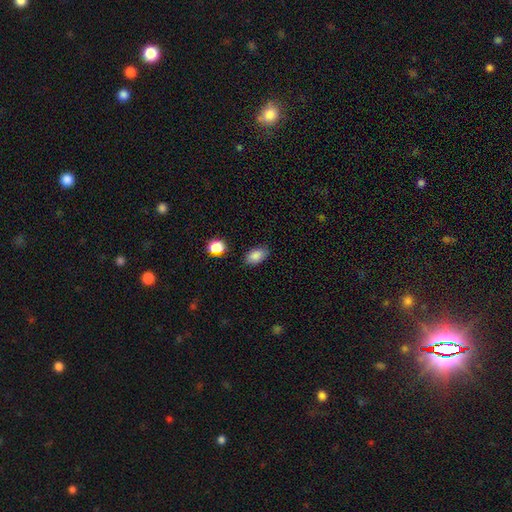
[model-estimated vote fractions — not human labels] smooth_or_featured: smooth (p=0.86) [alt: star or artifact p=0.09]
how_rounded: in between (p=0.90) [alt: round p=0.08]
merging: none (p=0.82) [alt: minor disturbance p=0.13]